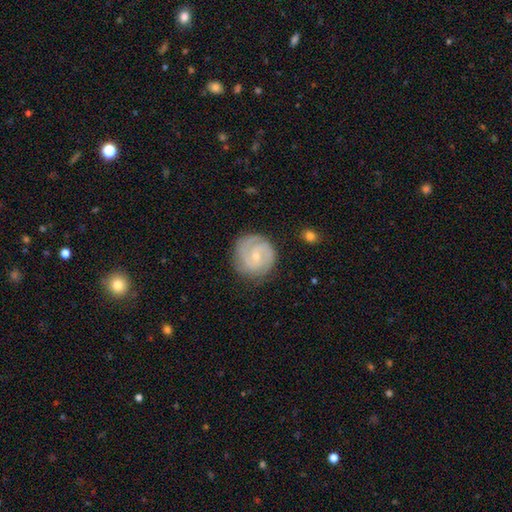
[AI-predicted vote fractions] smooth-or-featured: featured or disk: 78% | smooth: 16% | star or artifact: 5%
  disk-edge-on: no: 98% | yes: 2%
    bar: no: 53% | weak: 40% | strong: 7%
    has-spiral-arms: yes: 94% | no: 6%
      spiral-winding: tight: 64% | medium: 29% | loose: 6%
      spiral-arm-count: 2: 43% | 3: 22% | can't tell: 22% | 1: 5% | 4: 4% | more than 4: 3%
    bulge-size: small: 69% | moderate: 27% | none: 2% | large: 1% | dominant: 1%
  merging: none: 77% | minor disturbance: 17% | major disturbance: 5% | merger: 1%